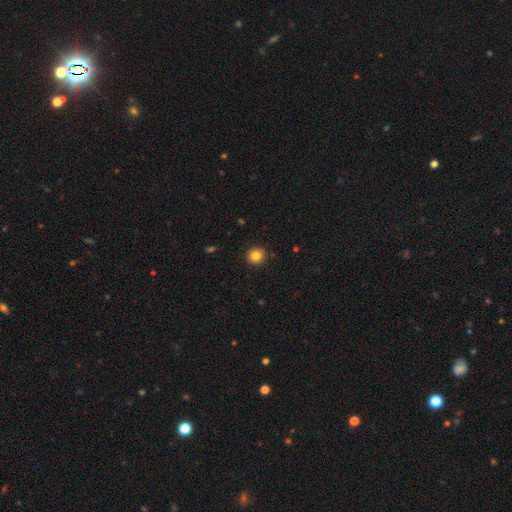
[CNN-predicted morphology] This appears to be a smooth galaxy with no disk features (83%) that is round (91%). Merging: none (92%).